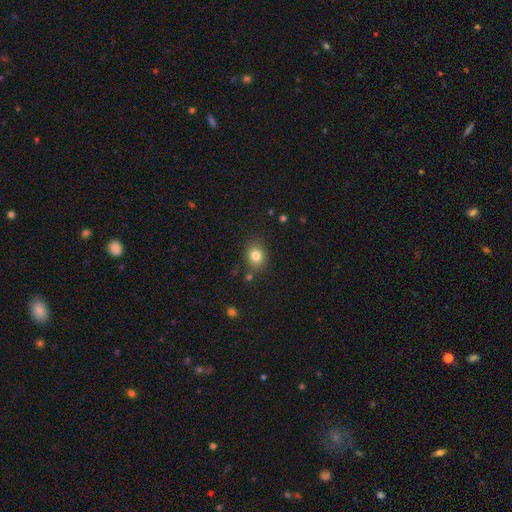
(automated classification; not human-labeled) Smooth or featured: smooth — 81% (star or artifact — 11%)
How rounded: round — 55% (in between — 44%)
Merging: none — 81% (minor disturbance — 12%)